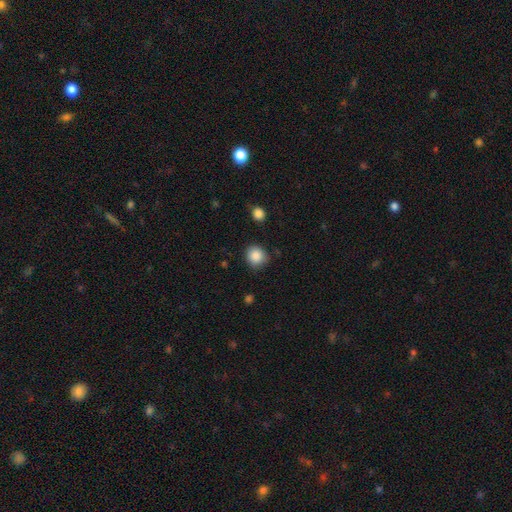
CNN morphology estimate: A smooth galaxy with no disk features (87%) that is round (86%).

Vote fractions:
- Smooth or featured? smooth: 87% / star or artifact: 9% / featured or disk: 4%
- How rounded? round: 86% / in between: 13% / cigar-shaped: 1%
- Merging? none: 82% / minor disturbance: 12% / major disturbance: 3% / merger: 2%